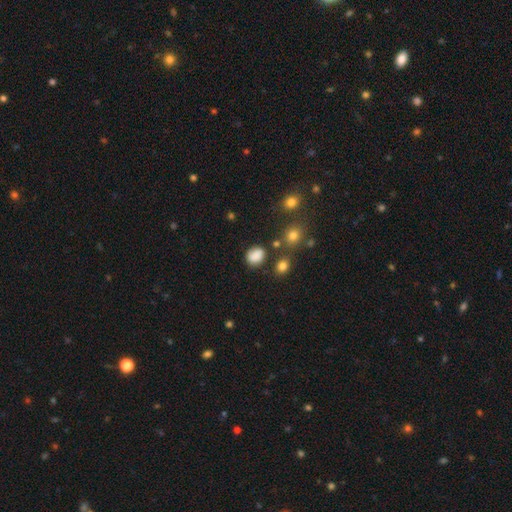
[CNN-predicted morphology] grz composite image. It shows a smooth galaxy with no disk features (83%) that is in between round and cigar-shaped (52%). Merging: none (71%).